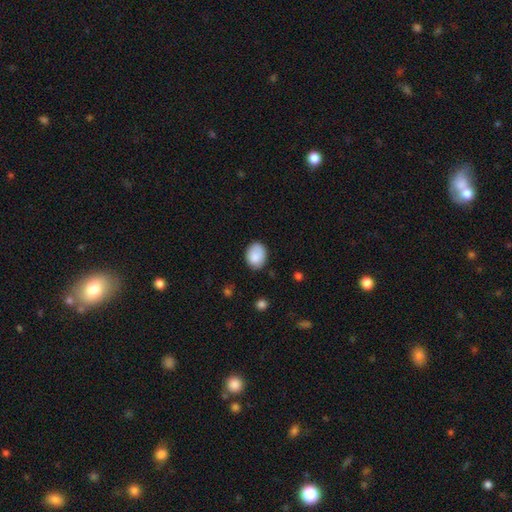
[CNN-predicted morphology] Q: Smooth or featured?
A: smooth (87%); runner-up: star or artifact (7%)
Q: How rounded?
A: in between (64%); runner-up: round (36%)
Q: Merging?
A: none (76%); runner-up: minor disturbance (19%)